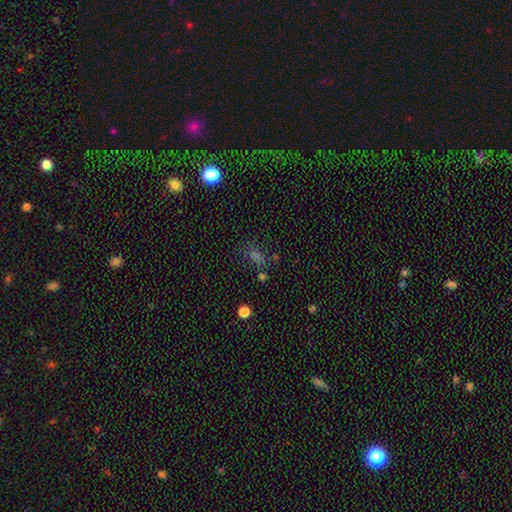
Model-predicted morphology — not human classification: type=smooth (53%); roundness=in between (66%); merging=none (61%).